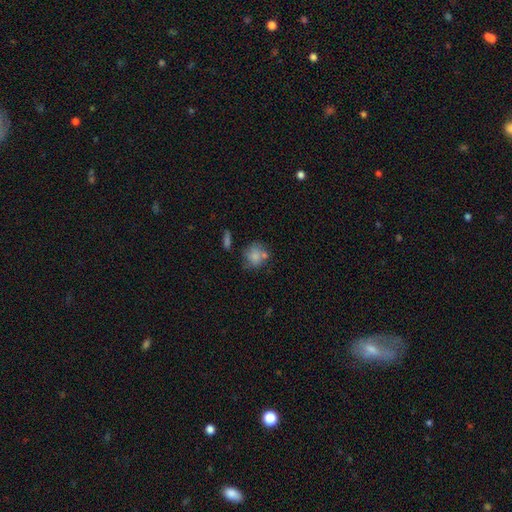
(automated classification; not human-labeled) The model was most divided on "merging": none: 50%, minor disturbance: 21%, merger: 19%, major disturbance: 10%. More confident: smooth or featured — smooth (75%); how rounded — round (74%).